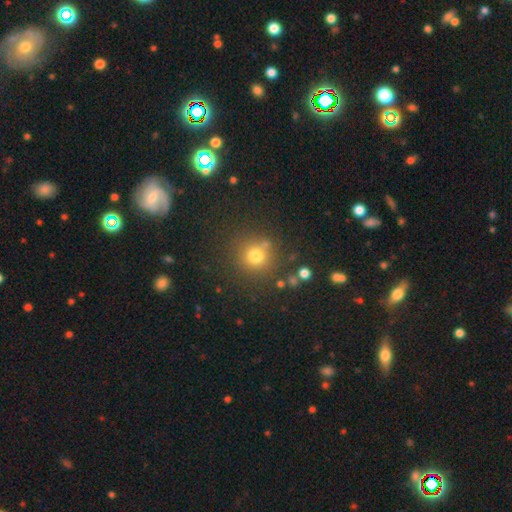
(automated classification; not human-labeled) The model was most divided on "smooth or featured": smooth: 74%, star or artifact: 17%, featured or disk: 8%. More confident: how rounded — round (91%); merging — none (80%).